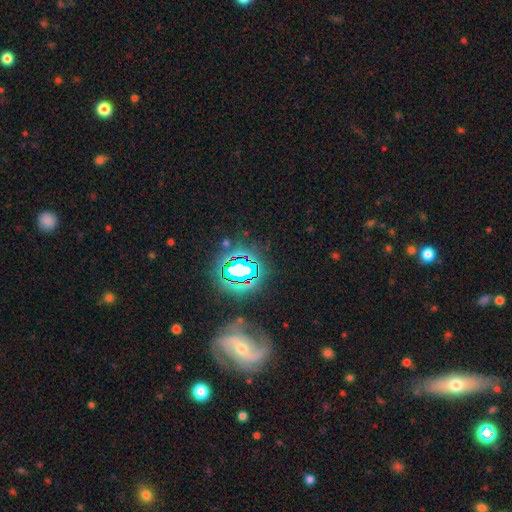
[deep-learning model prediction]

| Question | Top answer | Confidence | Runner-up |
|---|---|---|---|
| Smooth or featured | star or artifact | 53% | featured or disk (25%) |